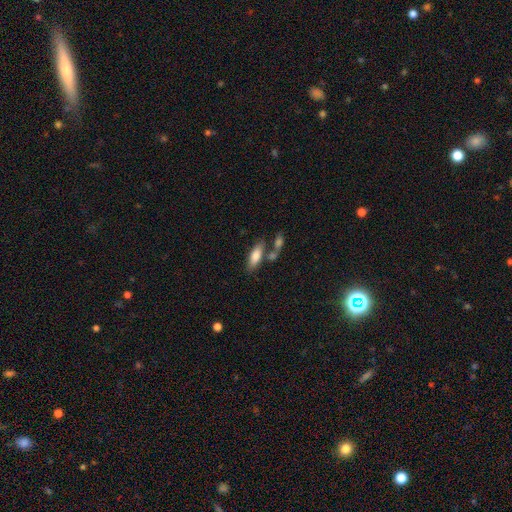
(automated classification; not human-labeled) A smooth galaxy with no disk features (77%) that is in between round and cigar-shaped (67%). Merging: none (56%).